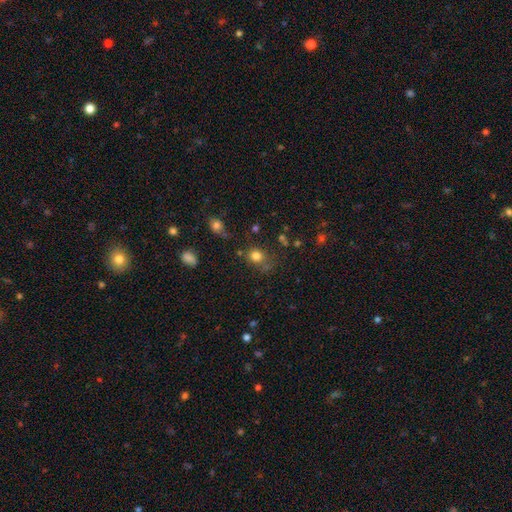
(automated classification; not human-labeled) Morphology: type=smooth (79%); roundness=round (77%); merging=none (68%).